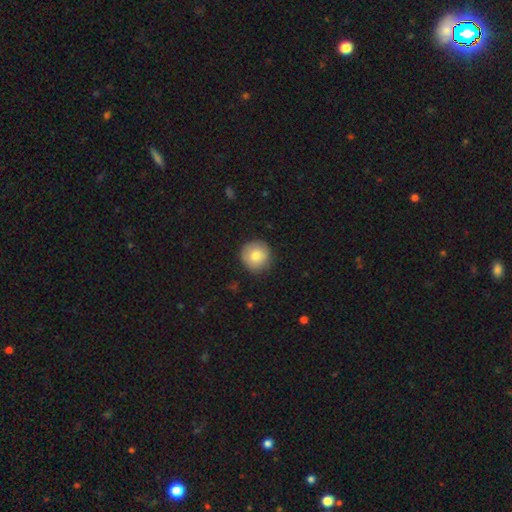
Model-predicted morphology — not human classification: Smooth or featured?
  - smooth: 78% *
  - featured or disk: 14%
  - star or artifact: 8%
How rounded?
  - round: 95% *
  - in between: 4%
  - cigar-shaped: 1%
Merging?
  - none: 87% *
  - minor disturbance: 10%
  - major disturbance: 2%
  - merger: 1%